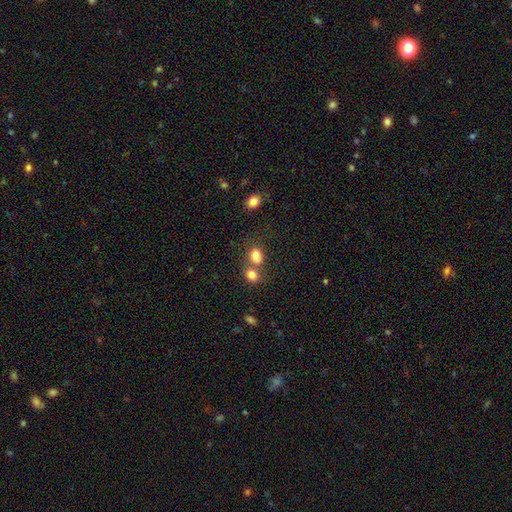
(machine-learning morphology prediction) This is clearly a smooth galaxy (81%). How rounded: possibly round (50%). Merging: marginally merger (44%).